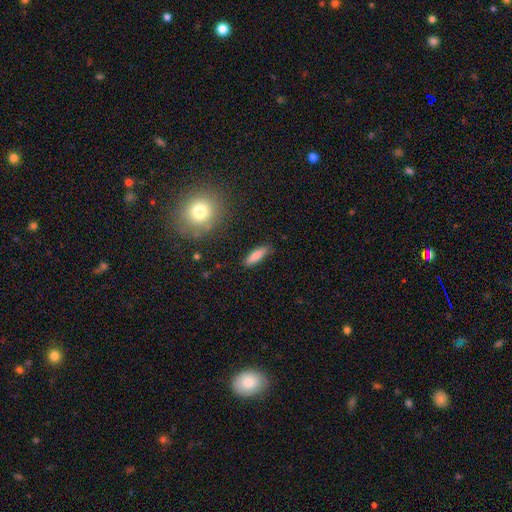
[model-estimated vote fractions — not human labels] Overall: smooth (82%). How rounded: cigar-shaped (62%; in between 35%). Merging: none (86%).